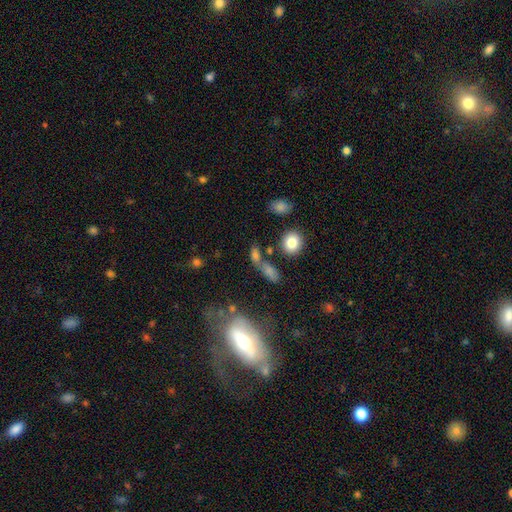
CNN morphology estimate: smooth 64%, star or artifact 18%, featured or disk 18%. Down the decision tree: how rounded — in between (60%); merging — none (44%).